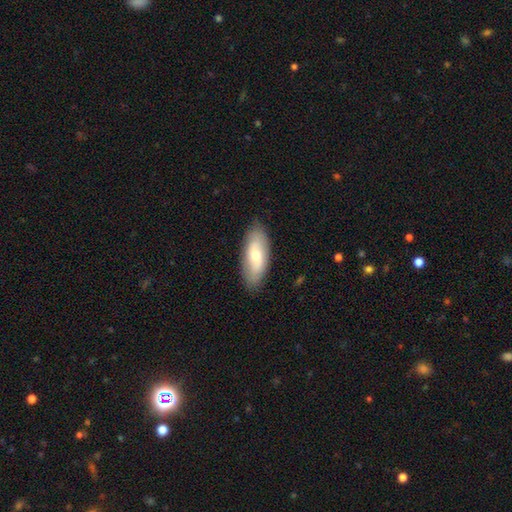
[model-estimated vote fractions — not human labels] Smooth or featured?
  - smooth: 59% *
  - featured or disk: 36%
  - star or artifact: 6%
How rounded?
  - in between: 82% *
  - cigar-shaped: 15%
  - round: 3%
Merging?
  - none: 85% *
  - minor disturbance: 11%
  - major disturbance: 2%
  - merger: 1%